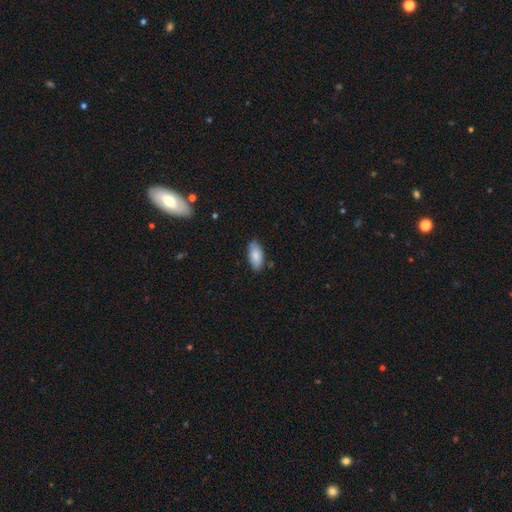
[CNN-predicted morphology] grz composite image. It shows a smooth galaxy with no disk features (85%) that is in between round and cigar-shaped (89%). Merging: none (83%).